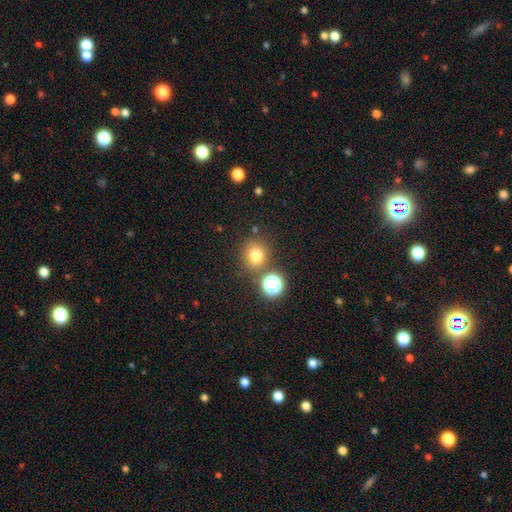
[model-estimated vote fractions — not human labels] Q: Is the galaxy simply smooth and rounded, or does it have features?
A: smooth — 74%.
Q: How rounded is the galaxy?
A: round — 84%.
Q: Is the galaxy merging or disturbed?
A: none — 76%.